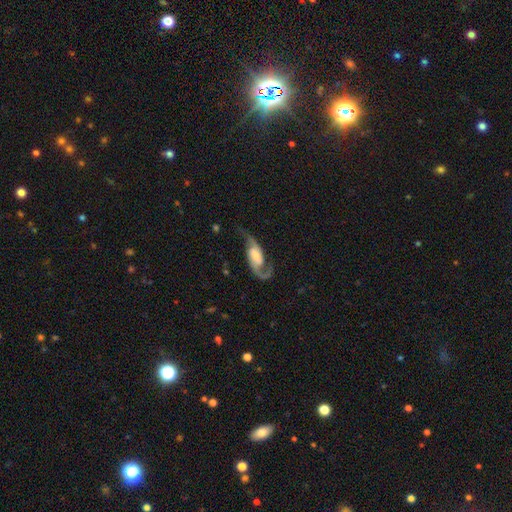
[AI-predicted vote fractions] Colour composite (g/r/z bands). It shows a featured or disk galaxy (88%) with no bar (42%), 2 (88%) loose (53%) spiral arms (97%) and a moderate central bulge (34%). Merging: none (66%).